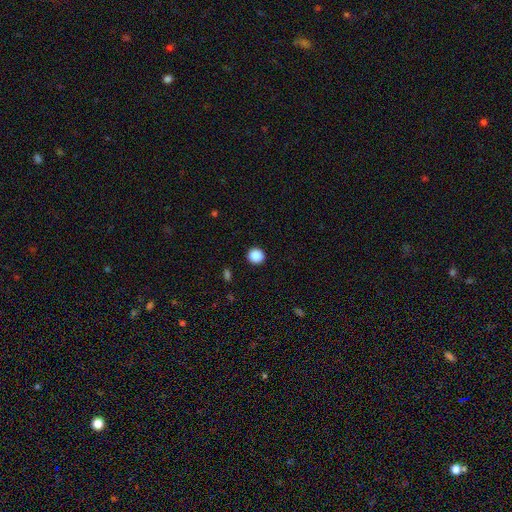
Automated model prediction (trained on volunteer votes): smooth_or_featured: smooth (p=0.89) [alt: star or artifact p=0.09]
how_rounded: round (p=0.93) [alt: in between p=0.06]
merging: none (p=0.93) [alt: minor disturbance p=0.05]